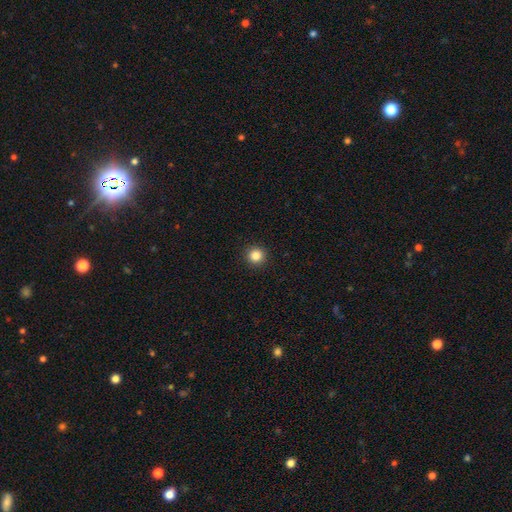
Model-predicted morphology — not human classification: smooth-or-featured: smooth: 85% | star or artifact: 11% | featured or disk: 4%
  how-rounded: round: 95% | in between: 4% | cigar-shaped: 1%
  merging: none: 93% | minor disturbance: 4% | major disturbance: 2% | merger: 1%